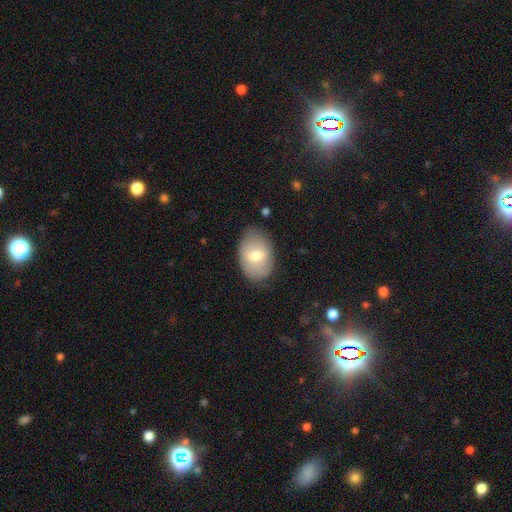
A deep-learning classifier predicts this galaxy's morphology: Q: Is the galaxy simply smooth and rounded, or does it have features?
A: smooth — 69%.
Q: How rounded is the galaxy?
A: in between — 85%.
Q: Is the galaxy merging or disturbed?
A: none — 78%.